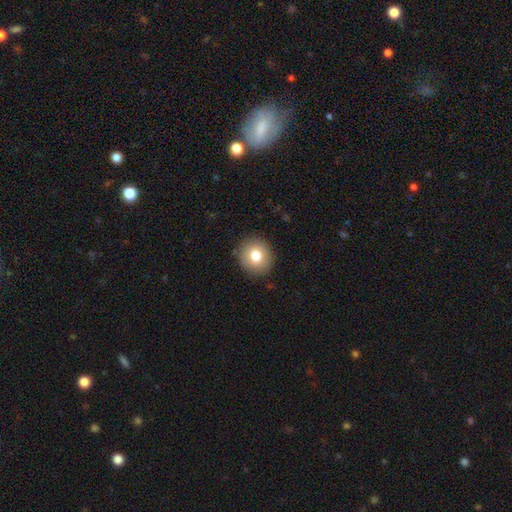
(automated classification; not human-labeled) A smooth galaxy with no disk features (78%) that is round (87%).

Vote fractions:
- Smooth or featured? smooth: 78% / featured or disk: 12% / star or artifact: 10%
- How rounded? round: 87% / in between: 12% / cigar-shaped: 1%
- Merging? none: 90% / minor disturbance: 7% / major disturbance: 2% / merger: 1%